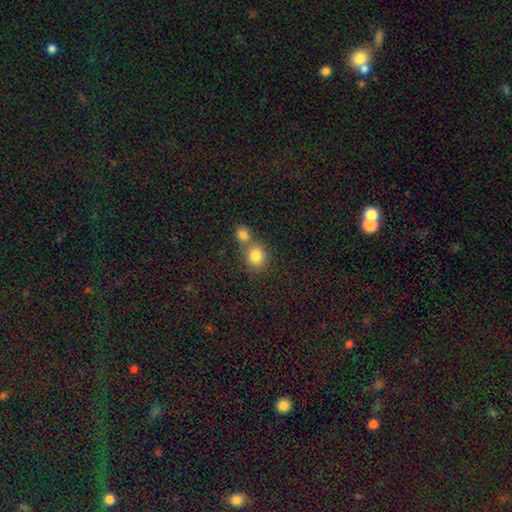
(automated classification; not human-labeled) Smooth or featured? smooth (82%)
How rounded? round (76%)
Merging? none (47%)